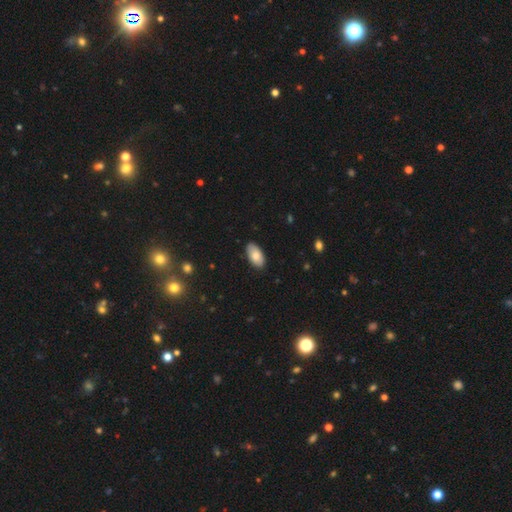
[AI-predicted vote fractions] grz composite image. It shows a smooth galaxy with no disk features (81%) that is in between round and cigar-shaped (95%). Merging: none (86%).